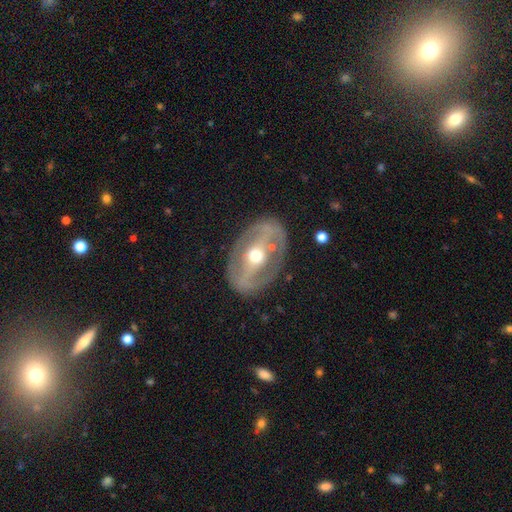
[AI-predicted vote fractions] Overall: featured or disk (75%). Edge-on disk: no (91%). Bar: strong (42%; no 30%). Spiral arms: no (60%; yes 40%). Bulge size: moderate (74%). Merging: none (81%).